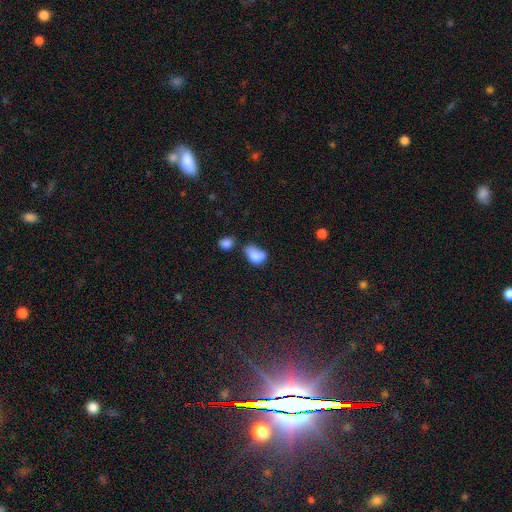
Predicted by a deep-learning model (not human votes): Overall: smooth (76%). How rounded: in between (81%). Merging: merger (35%; none 26%).